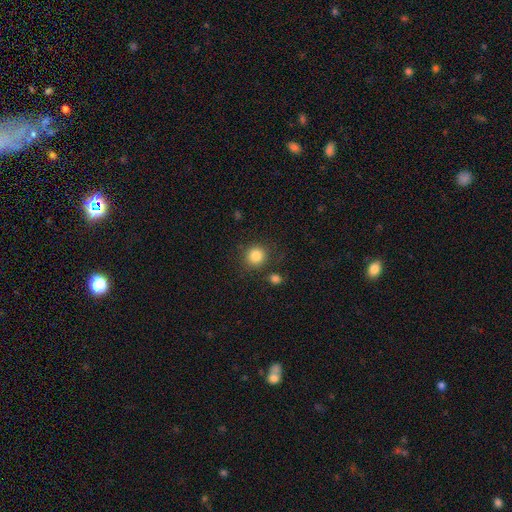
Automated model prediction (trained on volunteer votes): A smooth galaxy with no disk features (84%) that is round (91%).

Vote fractions:
- Smooth or featured? smooth: 84% / star or artifact: 10% / featured or disk: 5%
- How rounded? round: 91% / in between: 8% / cigar-shaped: 1%
- Merging? none: 83% / minor disturbance: 9% / merger: 5% / major disturbance: 4%